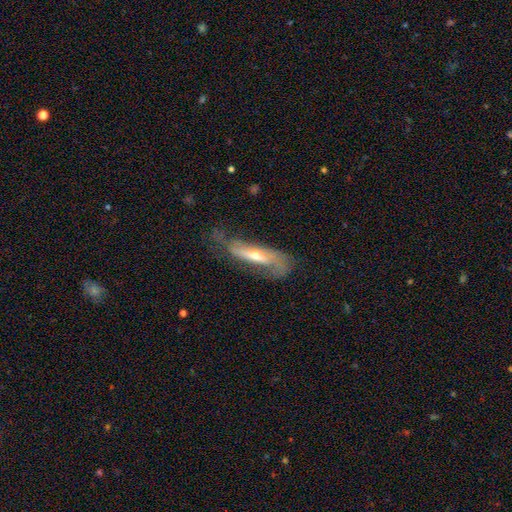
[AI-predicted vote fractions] Overall: featured or disk (63%; smooth 31%). Edge-on disk: no (57%; yes 43%). Merging: none (46%; minor disturbance 28%).